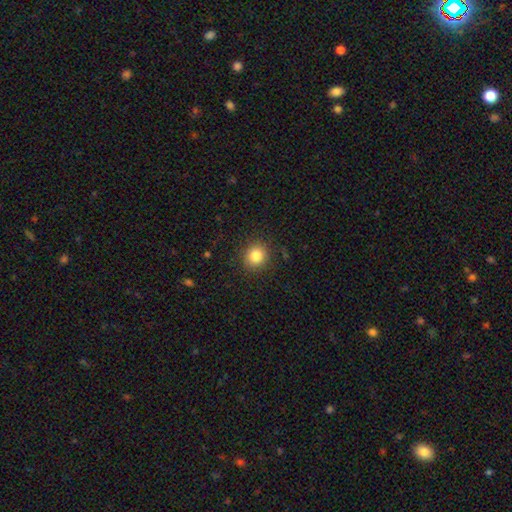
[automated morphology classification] type=smooth (84%); roundness=round (86%); merging=none (88%).